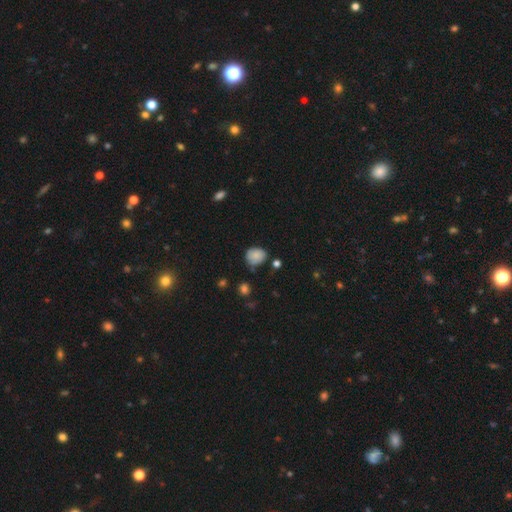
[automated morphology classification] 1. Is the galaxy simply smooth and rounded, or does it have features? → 81% smooth, 10% featured or disk, 9% star or artifact.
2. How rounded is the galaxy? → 56% round, 43% in between, 1% cigar-shaped.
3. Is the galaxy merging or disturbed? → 59% none, 30% minor disturbance, 6% major disturbance, 5% merger.